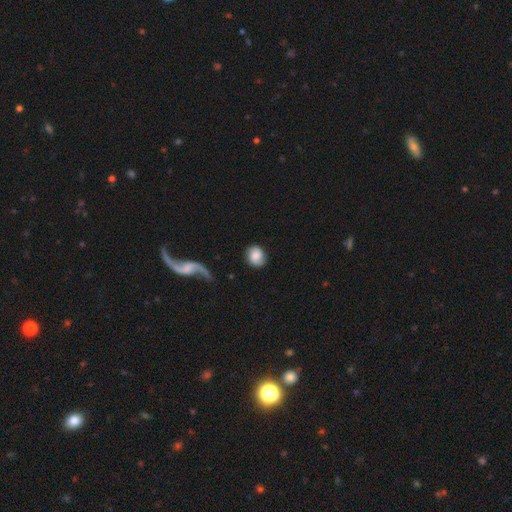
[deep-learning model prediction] Smooth or featured: smooth — 58% (featured or disk — 34%)
How rounded: round — 68% (in between — 31%)
Merging: none — 74% (minor disturbance — 16%)